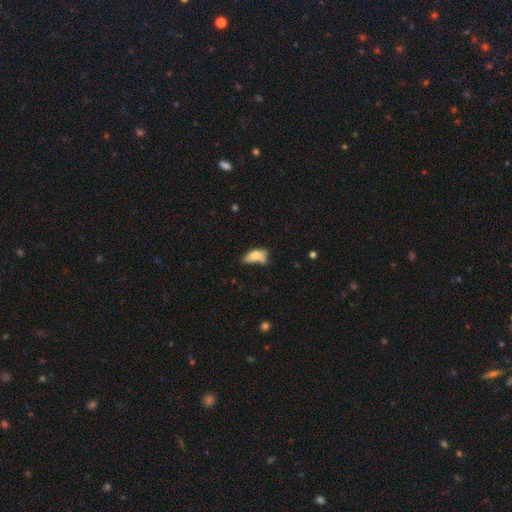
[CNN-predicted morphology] Overall: smooth (70%). How rounded: in between (85%). Merging: none (31%; minor disturbance 27%).